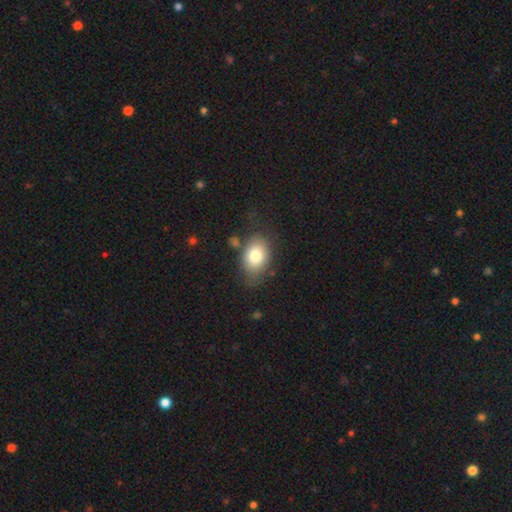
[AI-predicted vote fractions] smooth_or_featured: smooth (p=0.78) [alt: featured or disk p=0.13]
how_rounded: in between (p=0.76) [alt: round p=0.23]
merging: none (p=0.67) [alt: minor disturbance p=0.20]